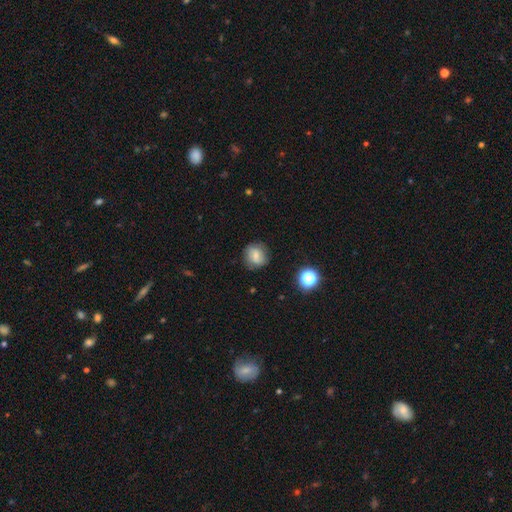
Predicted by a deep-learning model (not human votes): smooth_or_featured: smooth (p=0.66) [alt: featured or disk p=0.22]
how_rounded: round (p=0.77) [alt: in between p=0.22]
merging: none (p=0.76) [alt: minor disturbance p=0.17]